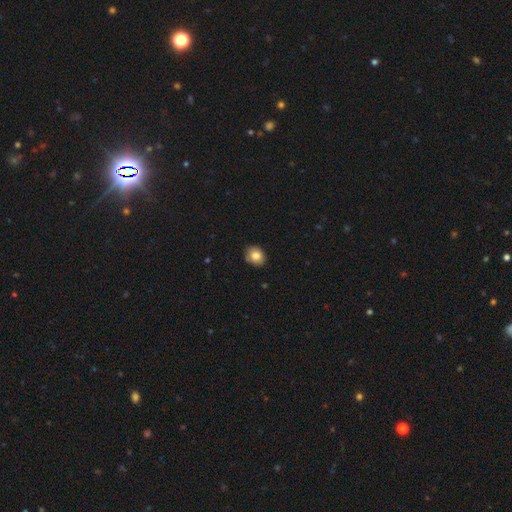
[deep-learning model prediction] A smooth galaxy with no disk features (82%) that is round (63%).

Vote fractions:
- Smooth or featured? smooth: 82% / star or artifact: 9% / featured or disk: 9%
- How rounded? round: 63% / in between: 36% / cigar-shaped: 1%
- Merging? none: 84% / minor disturbance: 13% / major disturbance: 2% / merger: 1%